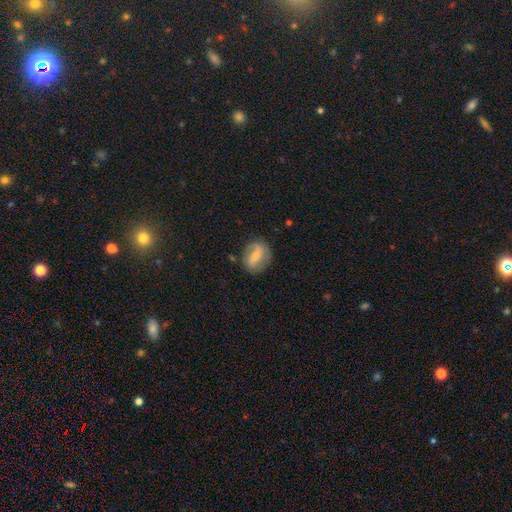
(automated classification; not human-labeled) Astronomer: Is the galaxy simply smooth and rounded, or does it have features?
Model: featured or disk — 57% (runner-up: smooth, 36%).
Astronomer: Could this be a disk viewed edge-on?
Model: no — 94%.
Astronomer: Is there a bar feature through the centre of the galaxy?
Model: strong — 42% (runner-up: weak, 37%).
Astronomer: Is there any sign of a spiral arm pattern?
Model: yes — 73%.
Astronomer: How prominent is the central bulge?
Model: small — 57% (runner-up: moderate, 34%).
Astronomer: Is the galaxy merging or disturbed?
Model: none — 76%.